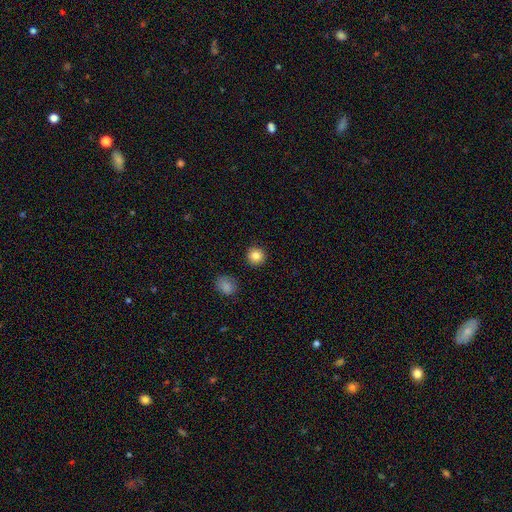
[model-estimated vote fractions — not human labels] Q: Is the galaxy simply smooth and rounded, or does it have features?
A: smooth — 84%.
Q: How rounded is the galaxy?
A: round — 94%.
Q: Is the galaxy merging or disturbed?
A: none — 92%.